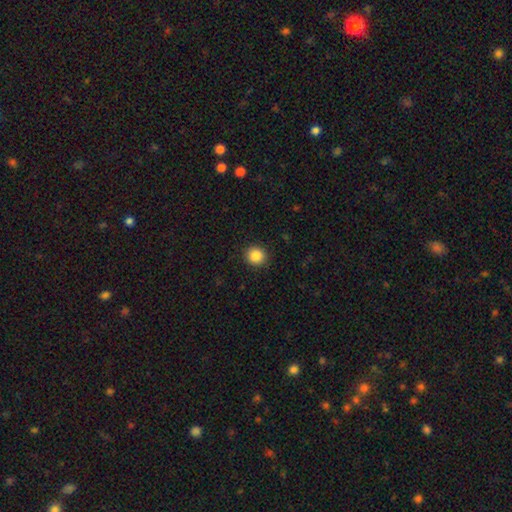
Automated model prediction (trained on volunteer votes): This is clearly a smooth galaxy (86%). How rounded: clearly round (92%). Merging: clearly none (92%).